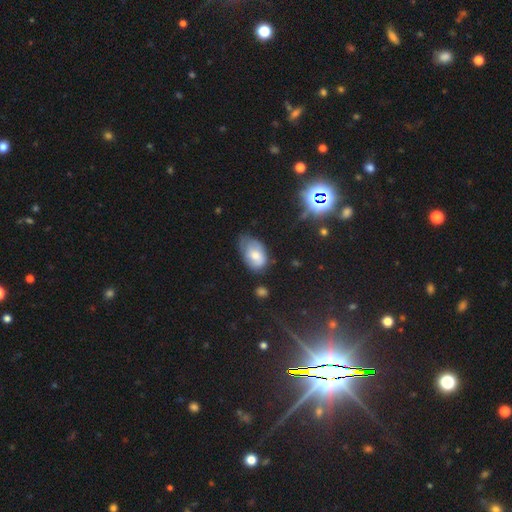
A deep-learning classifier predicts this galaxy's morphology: Overall: smooth (64%; featured or disk 26%). How rounded: in between (90%). Merging: minor disturbance (44%; none 38%).